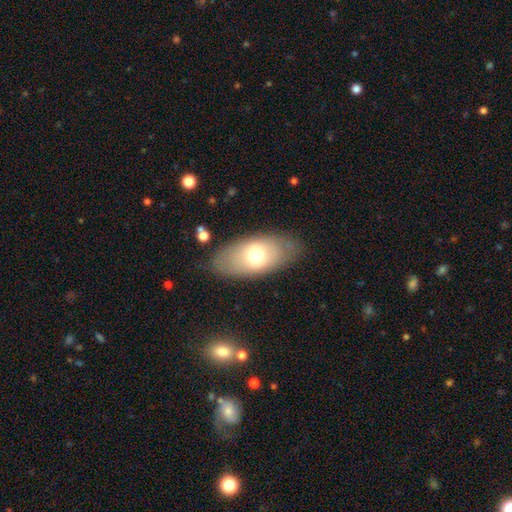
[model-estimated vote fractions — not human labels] Smooth or featured? smooth (65%)
How rounded? in between (91%)
Merging? none (80%)